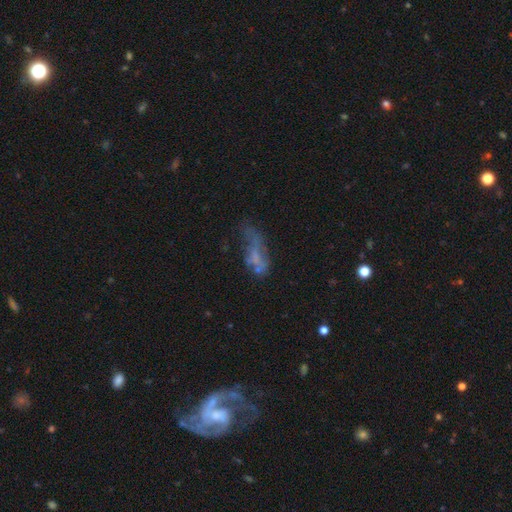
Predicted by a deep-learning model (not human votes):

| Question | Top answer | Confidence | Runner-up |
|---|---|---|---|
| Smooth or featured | smooth | 43% | featured or disk (41%) |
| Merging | major disturbance | 34% | none (32%) |